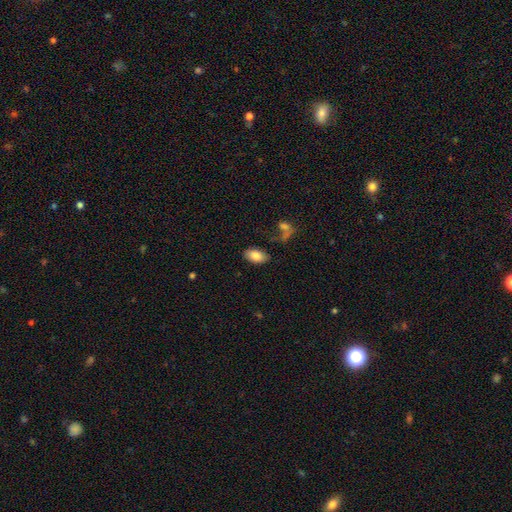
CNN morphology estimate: Smooth or featured? smooth (84%)
How rounded? in between (94%)
Merging? none (79%)